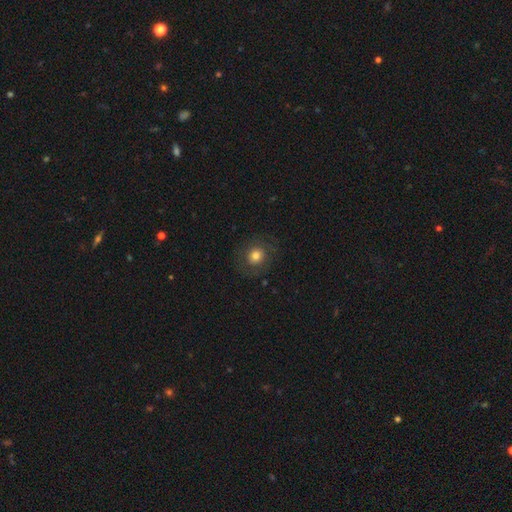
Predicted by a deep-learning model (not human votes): A smooth galaxy with no disk features (73%) that is round (82%). Merging: none (81%).